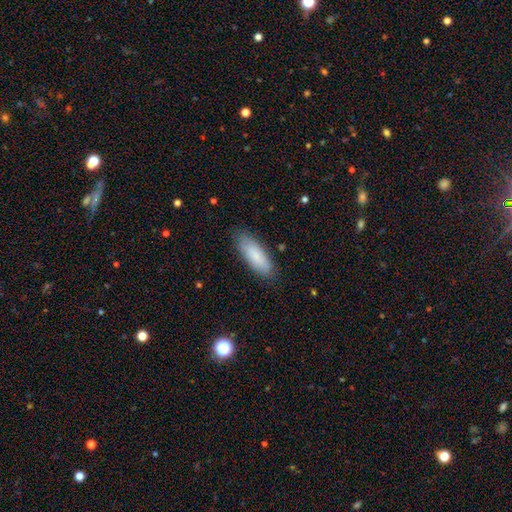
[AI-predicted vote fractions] This appears to be a smooth galaxy with no disk features (83%) that is in between round and cigar-shaped (63%). Merging: none (84%).